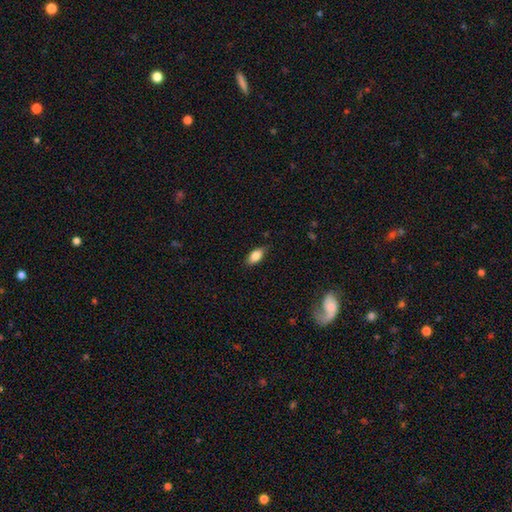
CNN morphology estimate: Overall: smooth (83%). How rounded: in between (89%). Merging: none (81%).